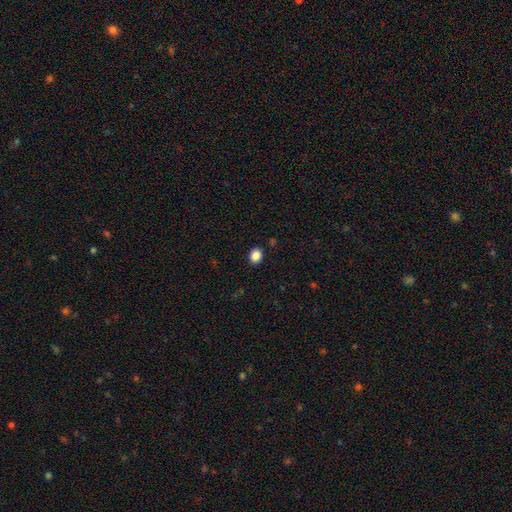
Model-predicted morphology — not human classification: Smooth or featured? Predicted: smooth (p=0.87). How rounded? Predicted: round (p=0.53). Merging? Predicted: none (p=0.90).